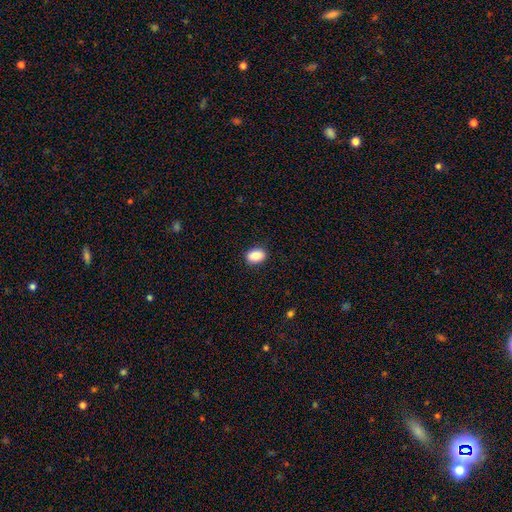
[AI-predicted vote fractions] smooth-or-featured: smooth: 89% | star or artifact: 7% | featured or disk: 4%
  how-rounded: in between: 83% | round: 15% | cigar-shaped: 1%
  merging: none: 89% | minor disturbance: 8% | major disturbance: 2% | merger: 1%